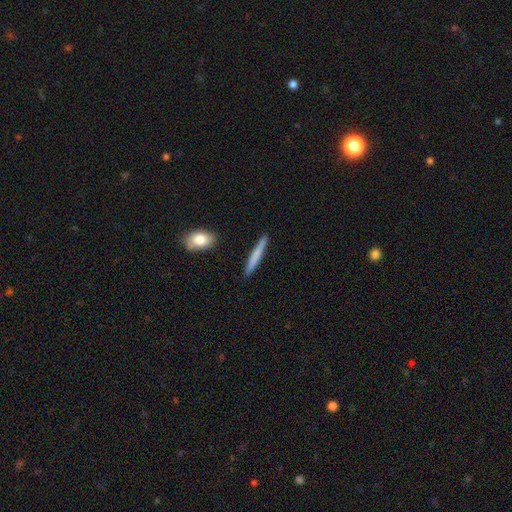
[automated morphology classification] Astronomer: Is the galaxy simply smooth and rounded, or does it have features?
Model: smooth — 71%.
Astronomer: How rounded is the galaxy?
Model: cigar-shaped — 95%.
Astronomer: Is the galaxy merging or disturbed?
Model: none — 90%.